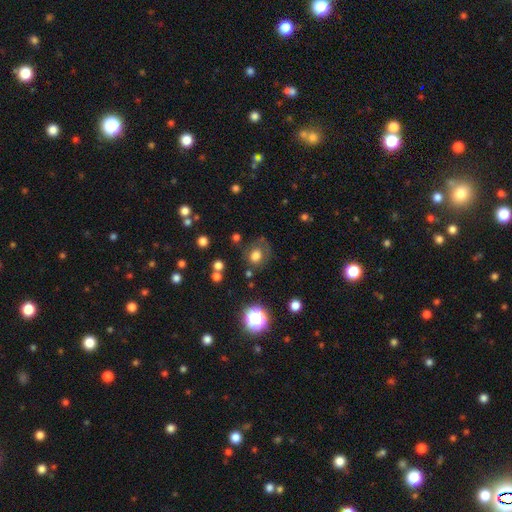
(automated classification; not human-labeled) Smooth or featured?
  - smooth: 70% *
  - star or artifact: 16%
  - featured or disk: 14%
How rounded?
  - round: 64% *
  - in between: 35%
  - cigar-shaped: 1%
Merging?
  - none: 62% *
  - minor disturbance: 21%
  - major disturbance: 13%
  - merger: 4%